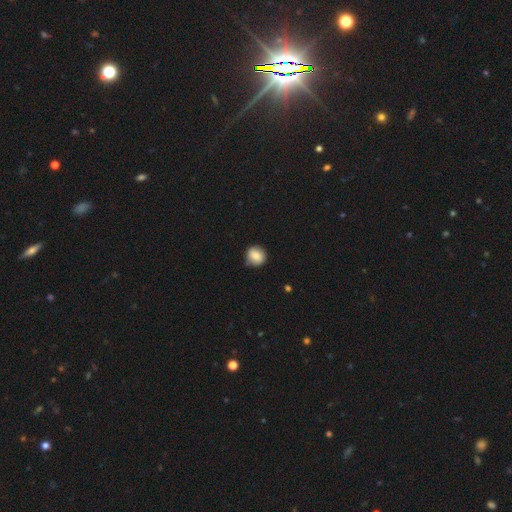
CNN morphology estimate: Overall: smooth (81%). How rounded: round (88%). Merging: none (79%).